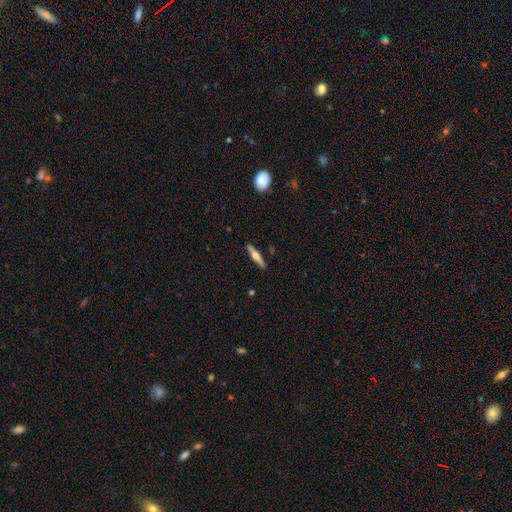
Volunteers were most divided on "smooth or featured": featured or disk: 50%, smooth: 45%, star or artifact: 5%. More confident: edge-on disk — yes (95%); merging — none (94%); edge-on bulge — rounded (78%).